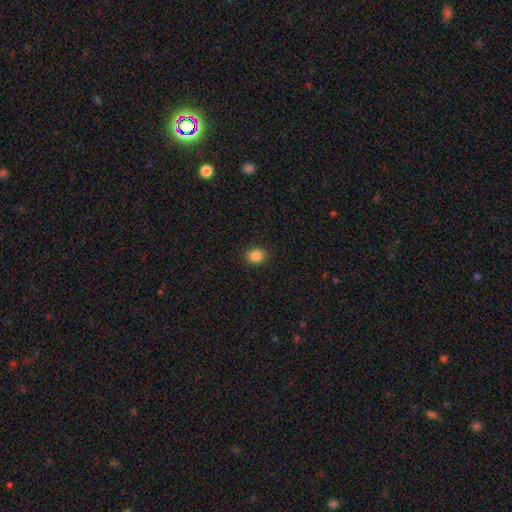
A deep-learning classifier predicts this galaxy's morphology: Smooth or featured?
  - smooth: 86% *
  - star or artifact: 10%
  - featured or disk: 4%
How rounded?
  - round: 63% *
  - in between: 36%
  - cigar-shaped: 1%
Merging?
  - none: 89% *
  - minor disturbance: 7%
  - major disturbance: 2%
  - merger: 1%